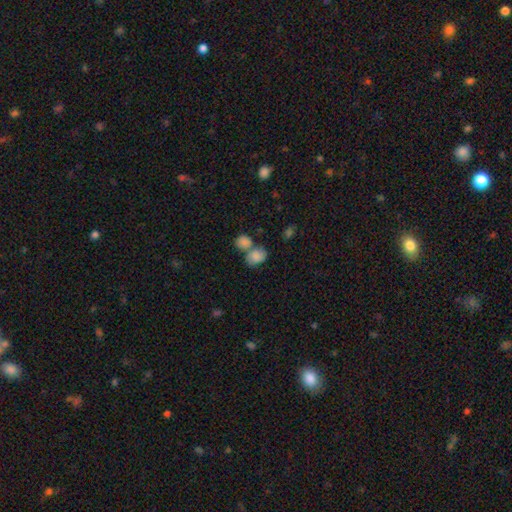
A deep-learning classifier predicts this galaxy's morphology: Q: Smooth or featured?
A: smooth (81%); runner-up: featured or disk (11%)
Q: How rounded?
A: in between (62%); runner-up: round (37%)
Q: Merging?
A: merger (52%); runner-up: none (32%)